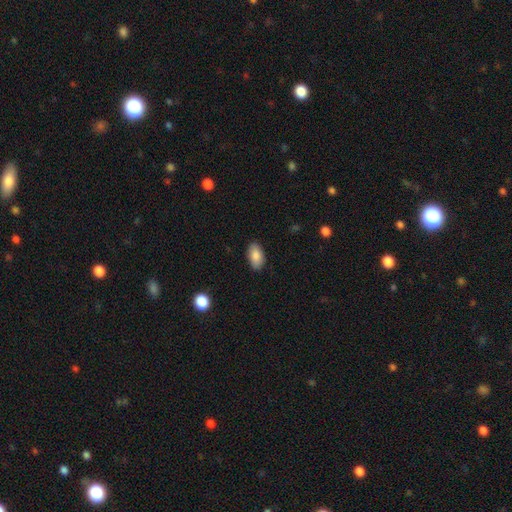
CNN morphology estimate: The model was most divided on "merging": none: 87%, minor disturbance: 10%, major disturbance: 2%, merger: 1%. More confident: how rounded — in between (94%); smooth or featured — smooth (86%).